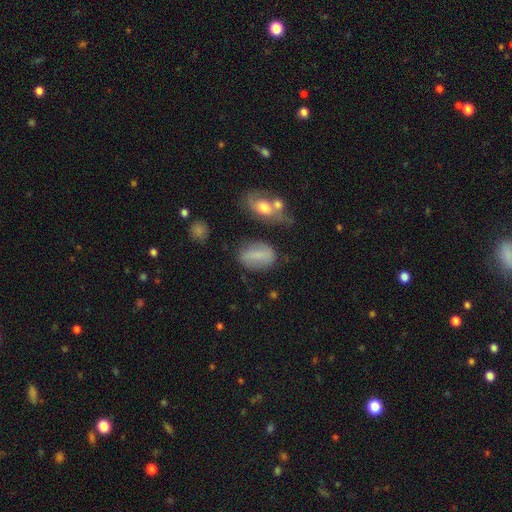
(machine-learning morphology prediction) Smooth or featured? Predicted: smooth (p=0.67). How rounded? Predicted: in between (p=0.82). Merging? Predicted: none (p=0.68).